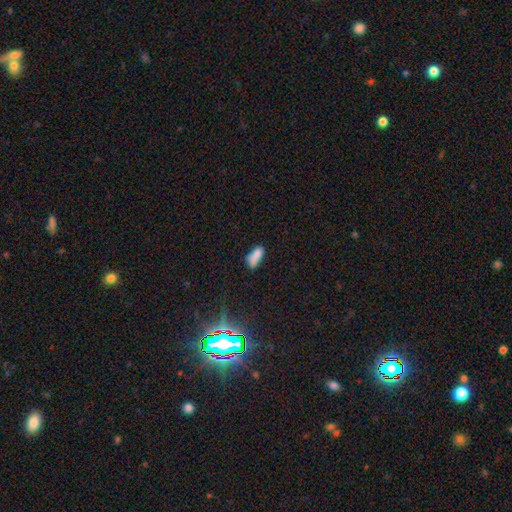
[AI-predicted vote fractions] smooth_or_featured: smooth (p=0.75) [alt: featured or disk p=0.13]
how_rounded: in between (p=0.77) [alt: cigar-shaped p=0.19]
merging: none (p=0.42) [alt: minor disturbance p=0.27]